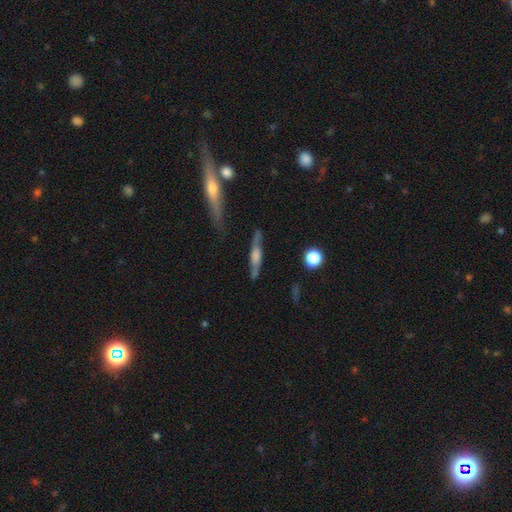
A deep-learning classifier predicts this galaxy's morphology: featured or disk 65%, smooth 28%, star or artifact 8%. Down the decision tree: edge-on disk — yes (82%); edge-on bulge — rounded (60%); merging — none (73%).